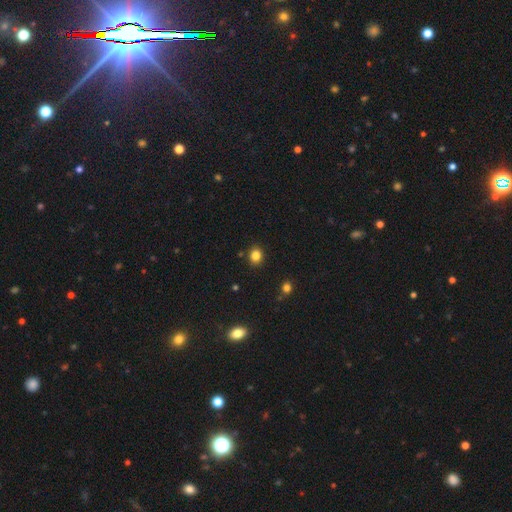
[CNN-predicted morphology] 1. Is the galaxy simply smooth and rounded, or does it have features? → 83% smooth, 12% star or artifact, 5% featured or disk.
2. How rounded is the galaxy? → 63% round, 36% in between, 1% cigar-shaped.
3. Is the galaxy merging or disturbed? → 87% none, 8% minor disturbance, 2% merger, 2% major disturbance.